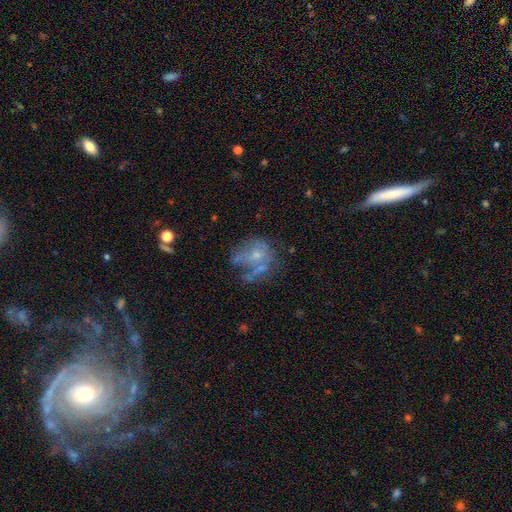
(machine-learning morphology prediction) Q: Smooth or featured?
A: featured or disk (50%); runner-up: smooth (35%)
Q: Merging?
A: none (33%); runner-up: major disturbance (30%)